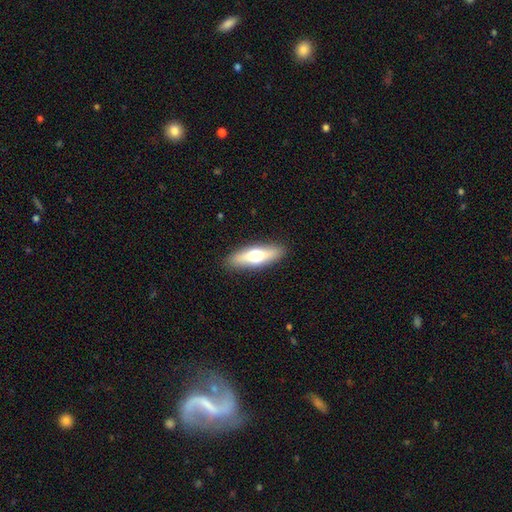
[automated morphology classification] Smooth or featured: smooth — 57% (featured or disk — 37%)
How rounded: cigar-shaped — 53% (in between — 44%)
Merging: none — 89% (minor disturbance — 8%)